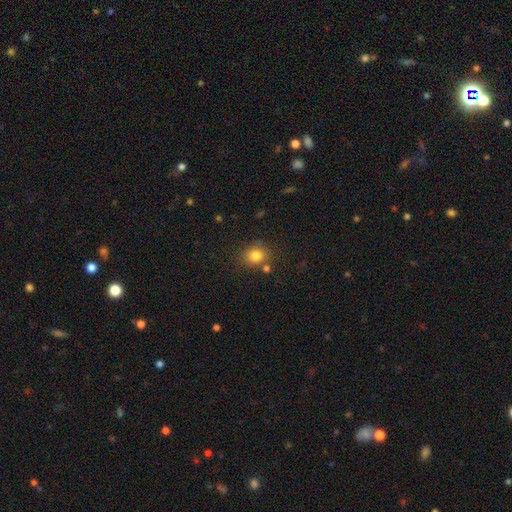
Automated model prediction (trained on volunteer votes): This appears to be a smooth galaxy with no disk features (82%) that is round (68%). Merging: none (75%).